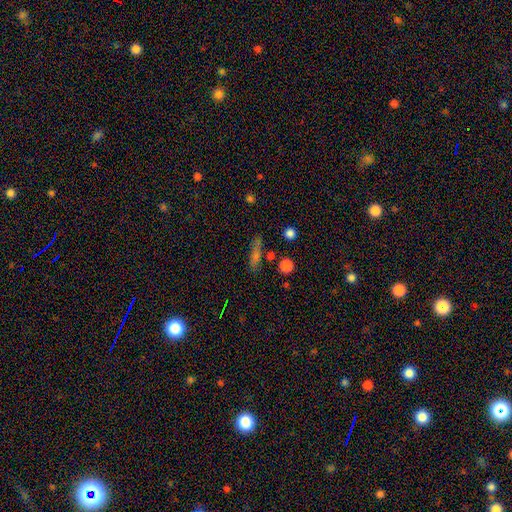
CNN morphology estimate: Q: Smooth or featured?
A: smooth (53%); runner-up: featured or disk (26%)
Q: How rounded?
A: cigar-shaped (69%); runner-up: in between (22%)
Q: Merging?
A: none (77%); runner-up: minor disturbance (13%)